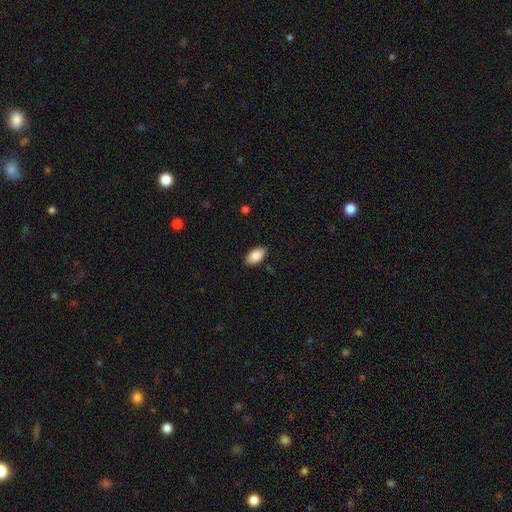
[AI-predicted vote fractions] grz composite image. It shows a smooth galaxy with no disk features (86%) that is in between round and cigar-shaped (94%). Merging: none (86%).